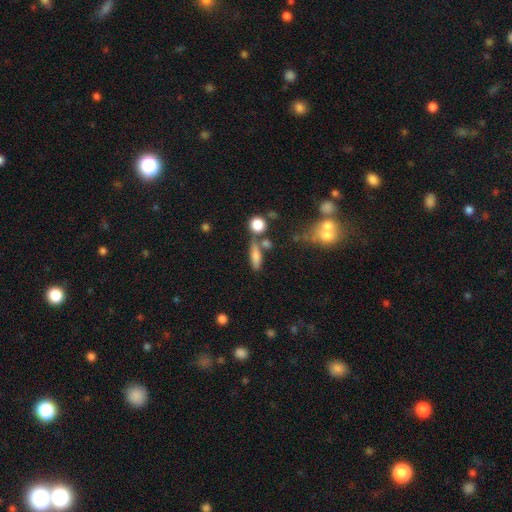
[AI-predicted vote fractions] A smooth galaxy with no disk features (73%) that is cigar-shaped (54%). Merging: none (62%).